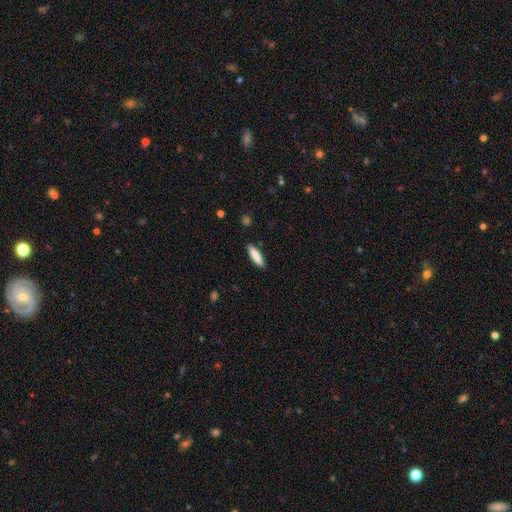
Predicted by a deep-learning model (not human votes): A smooth galaxy with no disk features (85%) that is cigar-shaped (67%).

Vote fractions:
- Smooth or featured? smooth: 85% / featured or disk: 9% / star or artifact: 6%
- How rounded? cigar-shaped: 67% / in between: 31% / round: 1%
- Merging? none: 88% / minor disturbance: 9% / major disturbance: 2% / merger: 1%